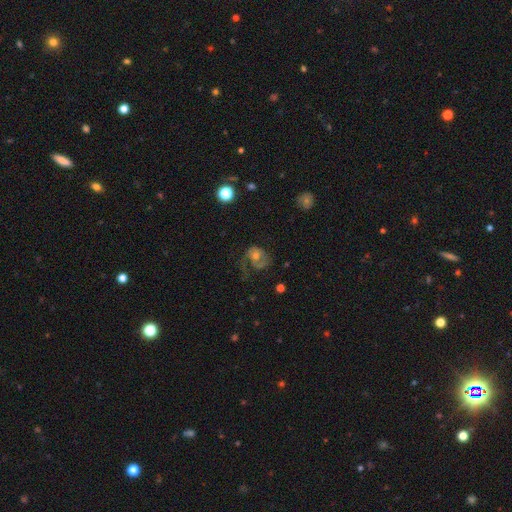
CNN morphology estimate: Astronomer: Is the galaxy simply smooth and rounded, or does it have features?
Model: featured or disk — 65%.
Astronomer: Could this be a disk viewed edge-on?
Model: no — 97%.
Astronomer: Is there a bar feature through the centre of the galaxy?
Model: no — 76%.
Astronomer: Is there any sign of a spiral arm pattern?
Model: yes — 78%.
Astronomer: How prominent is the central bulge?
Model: moderate — 63%.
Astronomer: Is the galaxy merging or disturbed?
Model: none — 43% (runner-up: major disturbance, 35%).